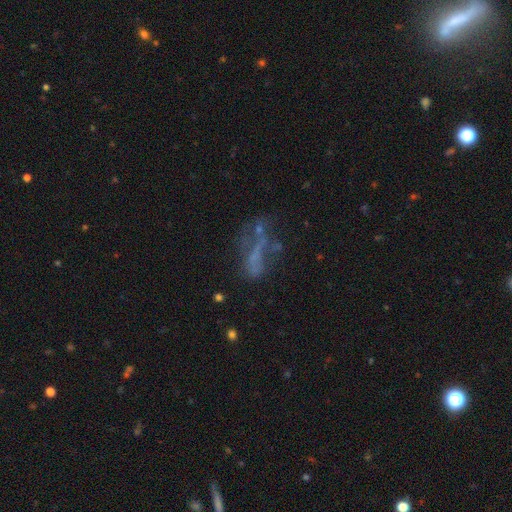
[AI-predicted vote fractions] Smooth or featured? Predicted: featured or disk (p=0.44). Merging? Predicted: none (p=0.36).